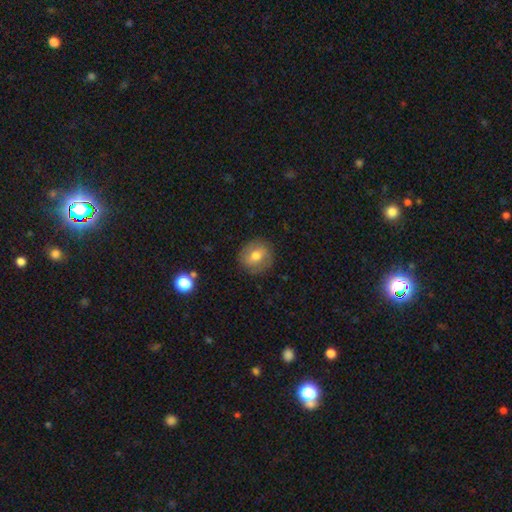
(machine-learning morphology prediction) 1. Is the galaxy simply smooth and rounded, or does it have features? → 66% smooth, 25% featured or disk, 9% star or artifact.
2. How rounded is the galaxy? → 84% round, 15% in between, 1% cigar-shaped.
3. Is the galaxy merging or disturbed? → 86% none, 10% minor disturbance, 3% major disturbance, 1% merger.